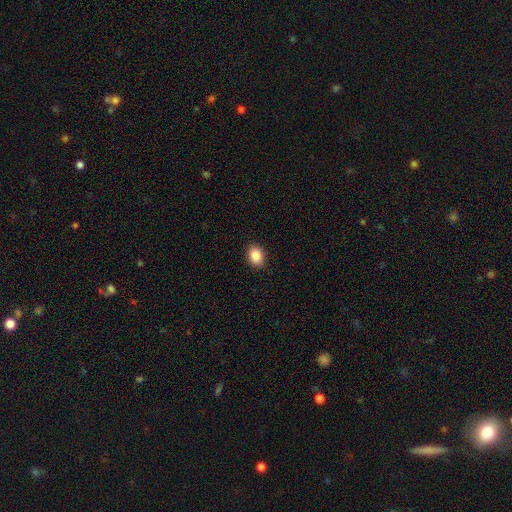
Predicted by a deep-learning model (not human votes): Smooth or featured? smooth (89%)
How rounded? in between (69%)
Merging? none (89%)